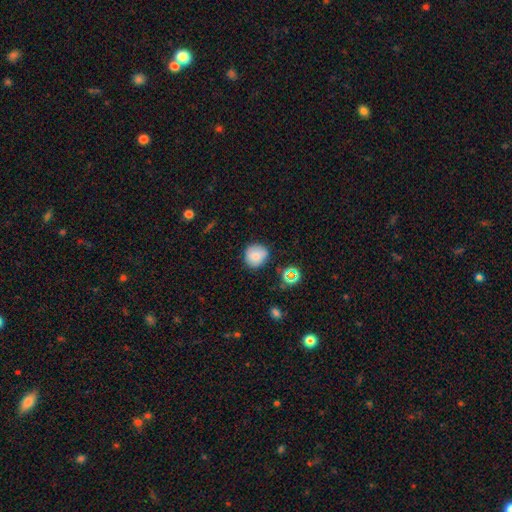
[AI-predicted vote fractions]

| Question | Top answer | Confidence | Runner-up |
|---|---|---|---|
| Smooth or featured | smooth | 78% | star or artifact (12%) |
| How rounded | round | 87% | in between (12%) |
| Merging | none | 78% | minor disturbance (16%) |